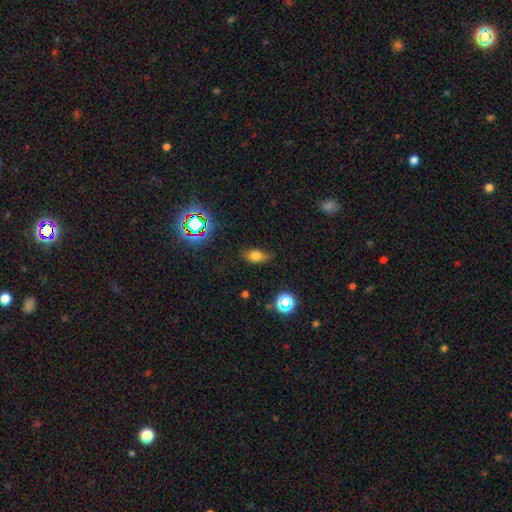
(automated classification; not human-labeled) smooth-or-featured: smooth: 72% | star or artifact: 17% | featured or disk: 11%
  how-rounded: in between: 80% | round: 15% | cigar-shaped: 5%
  merging: none: 68% | minor disturbance: 24% | major disturbance: 6% | merger: 2%